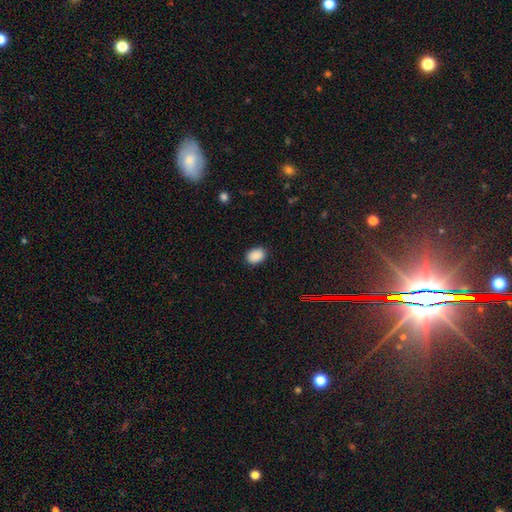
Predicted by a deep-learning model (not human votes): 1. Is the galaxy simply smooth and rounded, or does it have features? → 89% smooth, 8% star or artifact, 3% featured or disk.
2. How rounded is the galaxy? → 70% in between, 29% round, 1% cigar-shaped.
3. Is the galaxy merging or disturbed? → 87% none, 10% minor disturbance, 2% major disturbance, 1% merger.